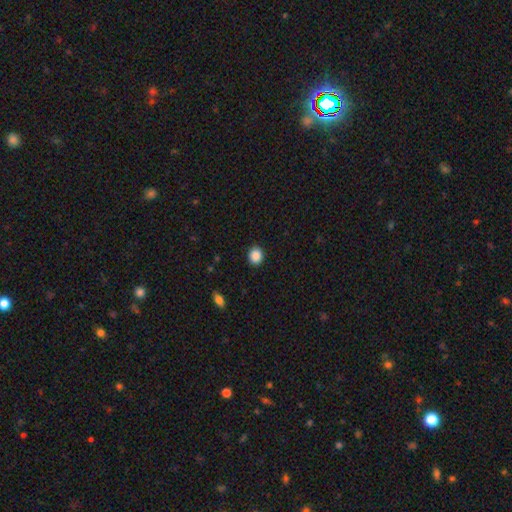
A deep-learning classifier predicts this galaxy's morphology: The model was most divided on "how rounded": round: 67%, in between: 32%, cigar-shaped: 1%. More confident: merging — none (91%); smooth or featured — smooth (88%).